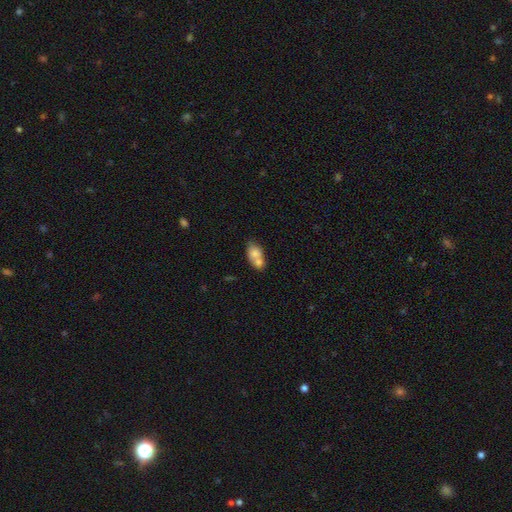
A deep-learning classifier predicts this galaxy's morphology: type=smooth (71%); roundness=in between (74%); merging=merger (60%).